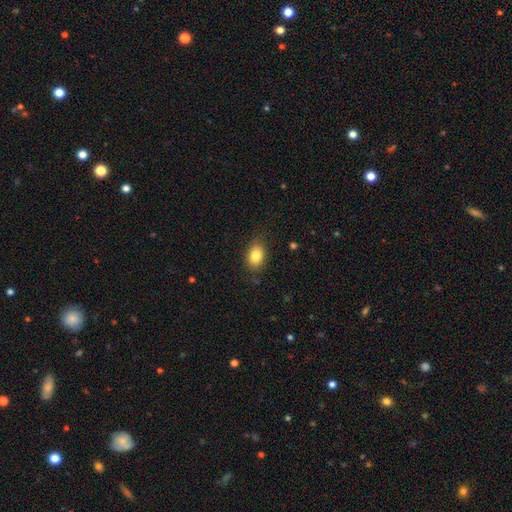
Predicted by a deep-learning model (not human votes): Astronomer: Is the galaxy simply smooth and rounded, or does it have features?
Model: smooth — 83%.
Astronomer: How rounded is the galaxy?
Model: in between — 79%.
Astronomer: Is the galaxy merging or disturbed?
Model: none — 80%.